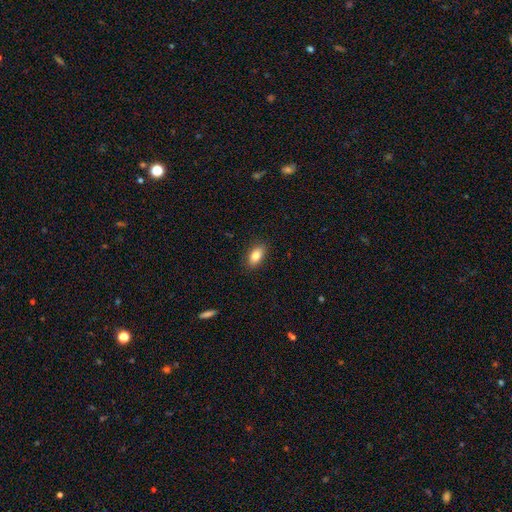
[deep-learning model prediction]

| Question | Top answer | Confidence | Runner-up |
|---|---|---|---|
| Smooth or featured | smooth | 84% | featured or disk (8%) |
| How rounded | in between | 90% | round (6%) |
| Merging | none | 87% | minor disturbance (9%) |